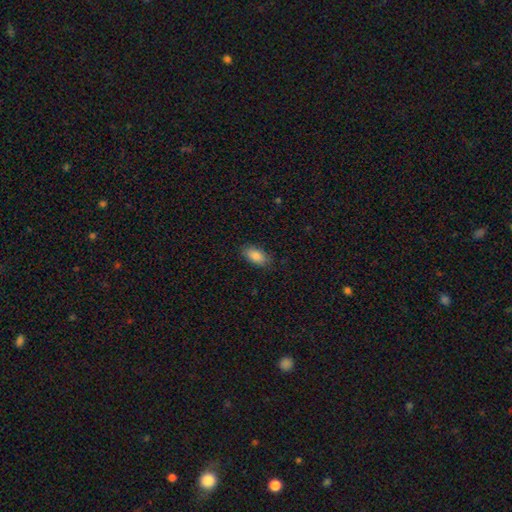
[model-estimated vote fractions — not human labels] A smooth galaxy with no disk features (87%) that is in between round and cigar-shaped (91%).

Vote fractions:
- Smooth or featured? smooth: 87% / star or artifact: 7% / featured or disk: 6%
- How rounded? in between: 91% / cigar-shaped: 6% / round: 3%
- Merging? none: 85% / minor disturbance: 11% / major disturbance: 3% / merger: 1%